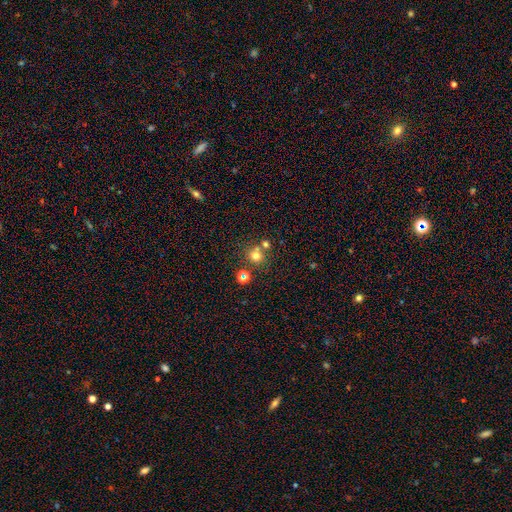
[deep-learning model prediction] Smooth or featured? Predicted: smooth (p=0.68). How rounded? Predicted: round (p=0.85). Merging? Predicted: none (p=0.59).